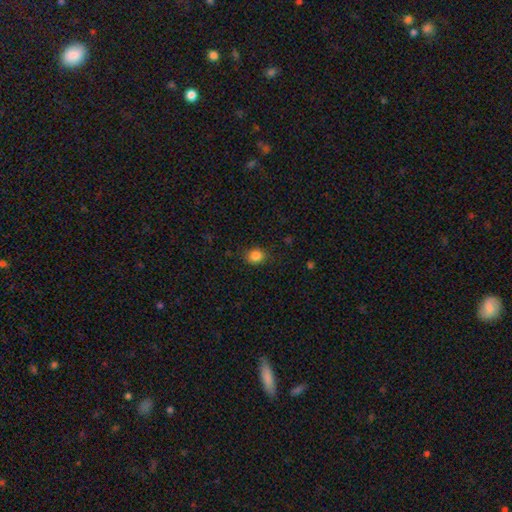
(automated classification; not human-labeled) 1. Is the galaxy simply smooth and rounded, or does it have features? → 85% smooth, 11% star or artifact, 4% featured or disk.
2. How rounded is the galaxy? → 69% round, 30% in between, 1% cigar-shaped.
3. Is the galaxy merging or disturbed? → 84% none, 12% minor disturbance, 3% major disturbance, 1% merger.